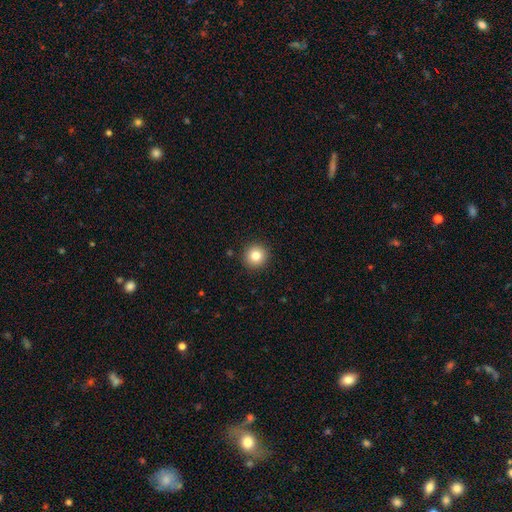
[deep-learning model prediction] This appears to be a smooth galaxy with no disk features (82%) that is round (95%). Merging: none (92%).